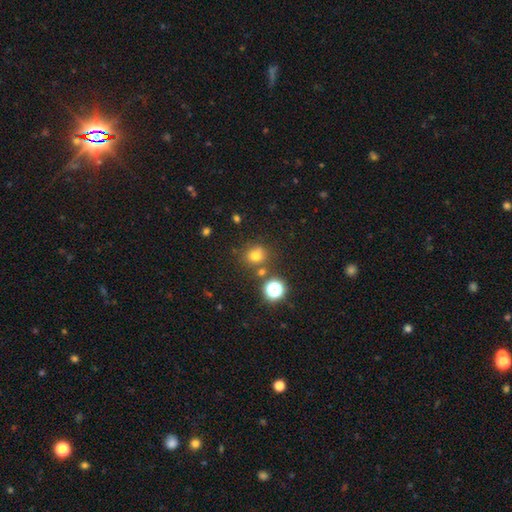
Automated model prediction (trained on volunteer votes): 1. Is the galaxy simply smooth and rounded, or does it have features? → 69% smooth, 22% star or artifact, 8% featured or disk.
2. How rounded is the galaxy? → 83% round, 16% in between, 1% cigar-shaped.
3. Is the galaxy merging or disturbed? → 75% none, 11% merger, 11% minor disturbance, 4% major disturbance.